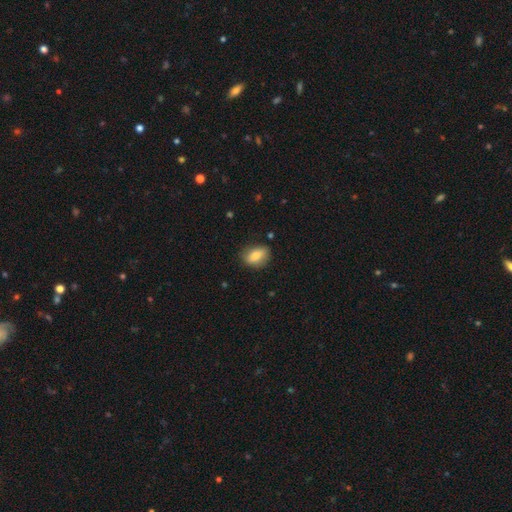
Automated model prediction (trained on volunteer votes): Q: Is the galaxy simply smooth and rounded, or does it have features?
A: smooth — 80%.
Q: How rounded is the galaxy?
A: in between — 76%.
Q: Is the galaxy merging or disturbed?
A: none — 75%.